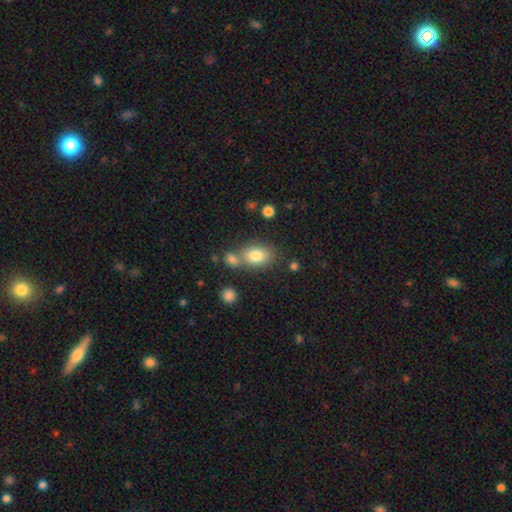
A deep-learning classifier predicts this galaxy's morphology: Smooth or featured?
  - smooth: 80% *
  - featured or disk: 11%
  - star or artifact: 9%
How rounded?
  - in between: 80% *
  - round: 18%
  - cigar-shaped: 2%
Merging?
  - none: 56% *
  - merger: 26%
  - minor disturbance: 13%
  - major disturbance: 5%